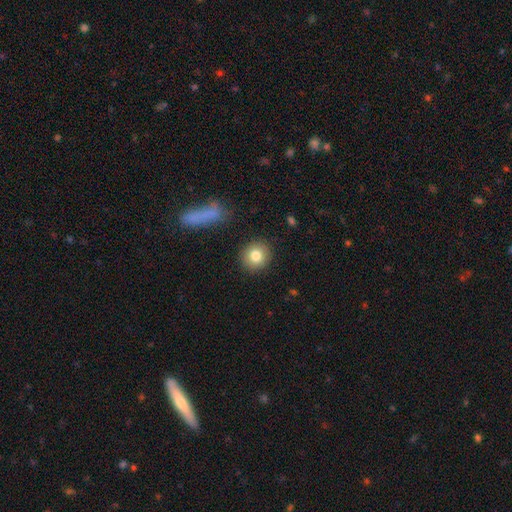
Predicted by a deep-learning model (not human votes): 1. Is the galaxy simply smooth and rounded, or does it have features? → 82% smooth, 10% featured or disk, 9% star or artifact.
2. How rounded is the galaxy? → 89% round, 10% in between, 1% cigar-shaped.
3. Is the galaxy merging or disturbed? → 90% none, 7% minor disturbance, 2% major disturbance, 2% merger.